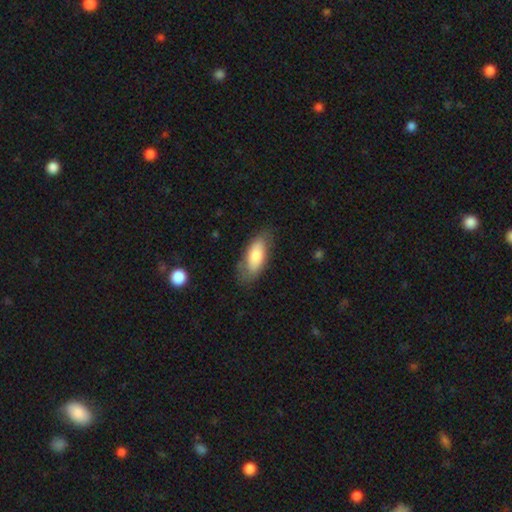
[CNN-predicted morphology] Smooth or featured? Predicted: smooth (p=0.75). How rounded? Predicted: in between (p=0.83). Merging? Predicted: none (p=0.71).